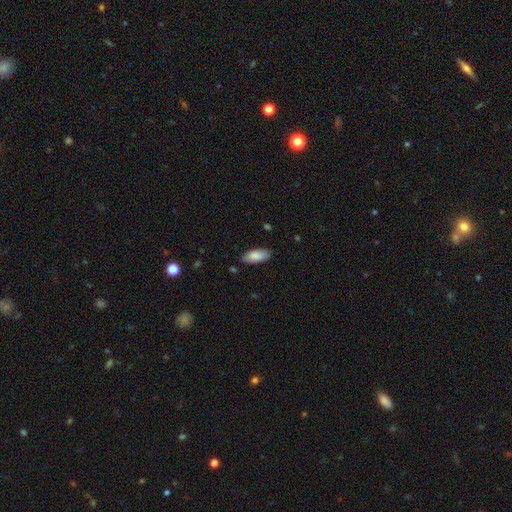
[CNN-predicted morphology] Smooth or featured? smooth (86%)
How rounded? in between (83%)
Merging? none (84%)